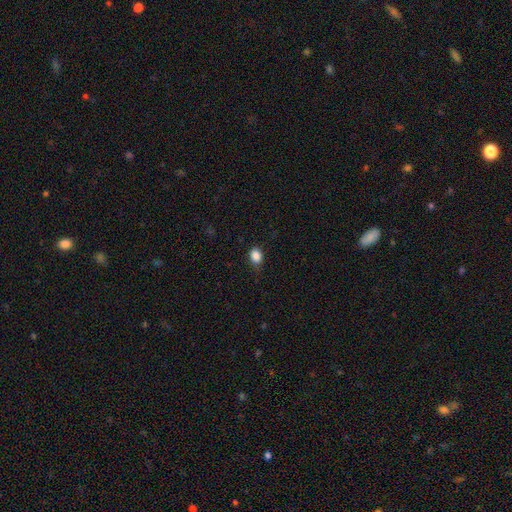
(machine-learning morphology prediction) smooth-or-featured: smooth: 86% | star or artifact: 10% | featured or disk: 4%
  how-rounded: in between: 62% | round: 37% | cigar-shaped: 1%
  merging: none: 75% | minor disturbance: 20% | major disturbance: 4% | merger: 1%